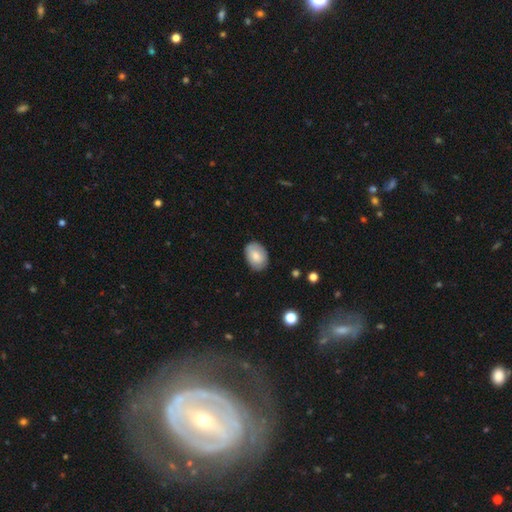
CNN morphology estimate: smooth_or_featured: smooth (p=0.76) [alt: featured or disk p=0.18]
how_rounded: in between (p=0.79) [alt: round p=0.20]
merging: none (p=0.80) [alt: minor disturbance p=0.16]